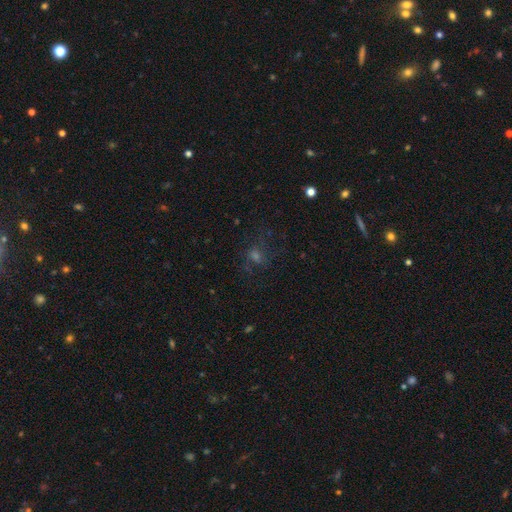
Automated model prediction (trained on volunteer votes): Q: Smooth or featured?
A: star or artifact (34%); runner-up: smooth (33%)